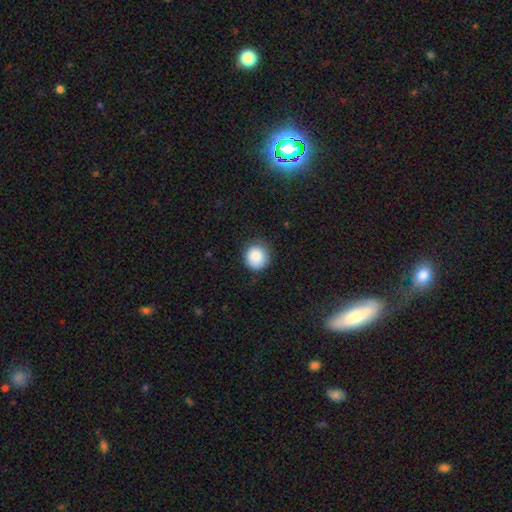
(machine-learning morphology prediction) This is clearly a smooth galaxy (85%). How rounded: clearly round (90%). Merging: clearly none (82%).